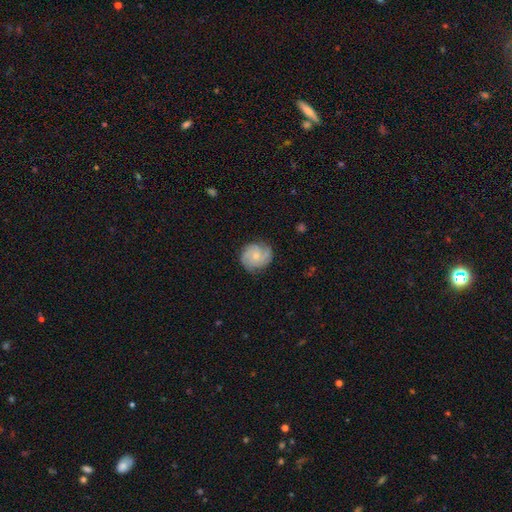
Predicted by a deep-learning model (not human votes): Smooth or featured? featured or disk (62%)
Edge-on disk? no (98%)
Bar? no (72%)
Spiral arms? yes (91%)
Spiral winding? tight (51%)
Spiral arm count? 3 (29%, tied with 2)
Bulge size? small (59%)
Merging? none (75%)